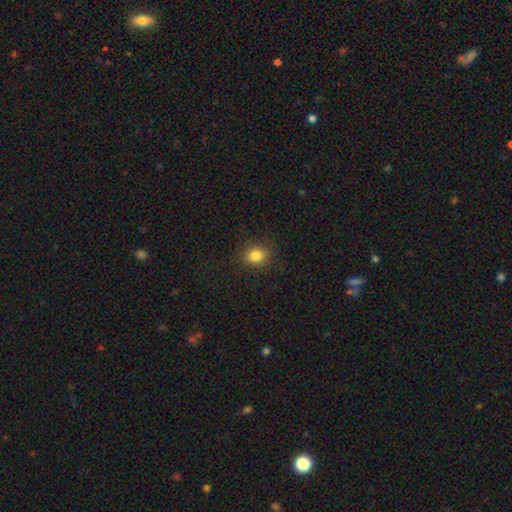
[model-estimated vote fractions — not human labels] smooth_or_featured: smooth (p=0.83) [alt: star or artifact p=0.12]
how_rounded: round (p=0.65) [alt: in between p=0.34]
merging: none (p=0.87) [alt: minor disturbance p=0.09]